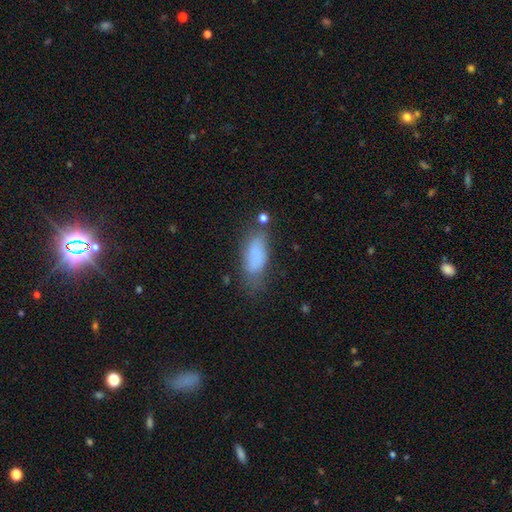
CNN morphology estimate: Smooth or featured? smooth (75%)
How rounded? in between (74%)
Merging? none (53%)